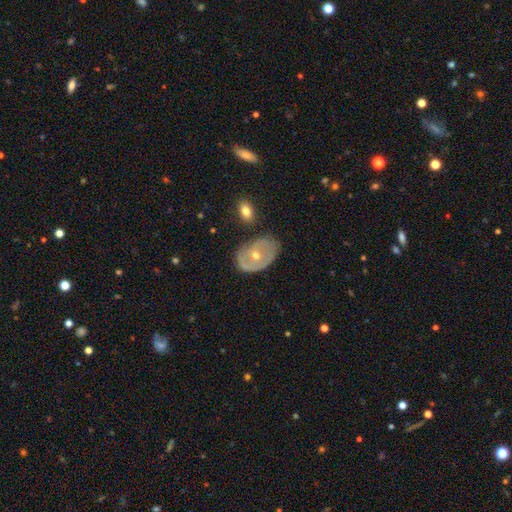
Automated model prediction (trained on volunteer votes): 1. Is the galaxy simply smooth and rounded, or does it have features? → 69% featured or disk, 24% smooth, 8% star or artifact.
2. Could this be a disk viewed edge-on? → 93% no, 7% yes.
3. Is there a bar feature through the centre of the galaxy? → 81% no, 15% weak, 4% strong.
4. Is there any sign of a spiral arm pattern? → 50% yes (tied), 50% no (tied).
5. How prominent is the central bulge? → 52% moderate, 45% small, 1% large, 1% none, 1% dominant.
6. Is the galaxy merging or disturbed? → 63% none, 25% minor disturbance, 9% major disturbance, 4% merger.